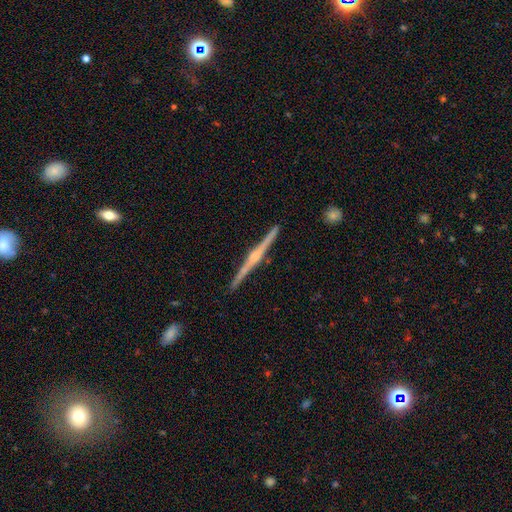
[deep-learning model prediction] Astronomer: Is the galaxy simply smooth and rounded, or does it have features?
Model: featured or disk — 86%.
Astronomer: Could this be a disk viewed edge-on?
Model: yes — 99%.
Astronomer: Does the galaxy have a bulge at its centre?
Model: rounded — 83%.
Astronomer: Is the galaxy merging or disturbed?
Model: none — 92%.